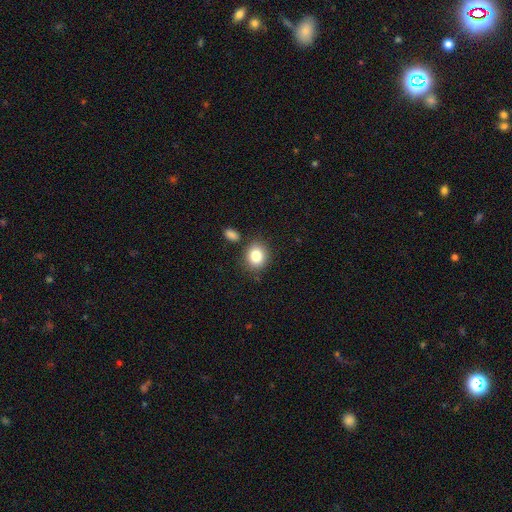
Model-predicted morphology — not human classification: A smooth galaxy with no disk features (83%) that is round (68%). Merging: none (79%).